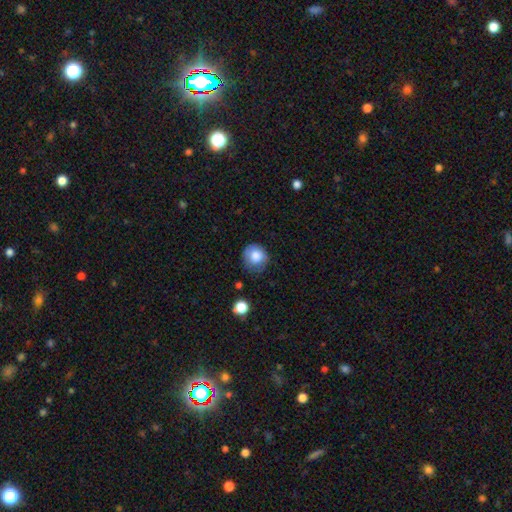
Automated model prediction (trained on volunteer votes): The model was most divided on "merging": none: 62%, minor disturbance: 27%, major disturbance: 9%, merger: 2%. More confident: how rounded — round (84%); smooth or featured — smooth (78%).